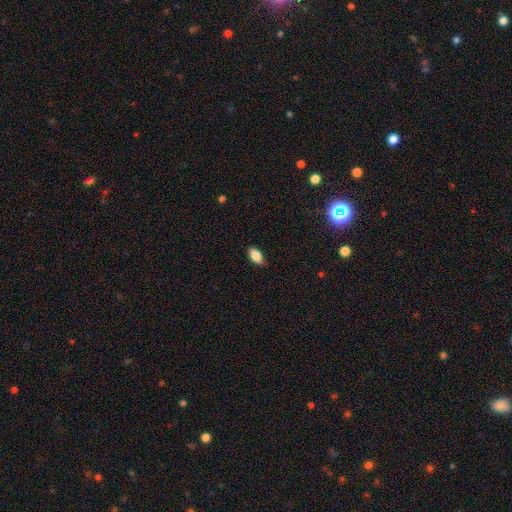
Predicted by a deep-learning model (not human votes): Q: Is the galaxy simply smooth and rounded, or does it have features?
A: smooth — 85%.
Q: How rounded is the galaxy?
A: in between — 90%.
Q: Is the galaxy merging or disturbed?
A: none — 83%.